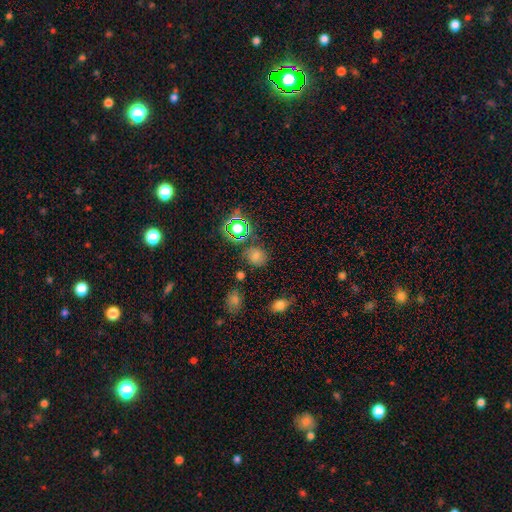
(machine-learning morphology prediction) Smooth or featured?
  - smooth: 64% *
  - star or artifact: 28%
  - featured or disk: 8%
How rounded?
  - round: 77% *
  - in between: 22%
  - cigar-shaped: 1%
Merging?
  - none: 73% *
  - minor disturbance: 16%
  - merger: 6%
  - major disturbance: 5%